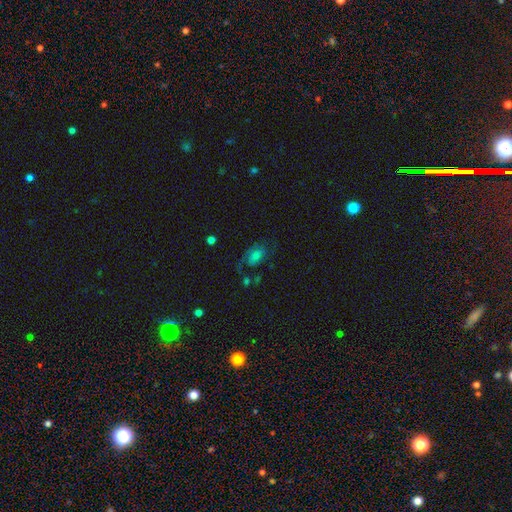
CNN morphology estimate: Smooth or featured?
  - featured or disk: 47% *
  - smooth: 40%
  - star or artifact: 13%
Merging?
  - none: 46% *
  - major disturbance: 27%
  - minor disturbance: 22%
  - merger: 5%